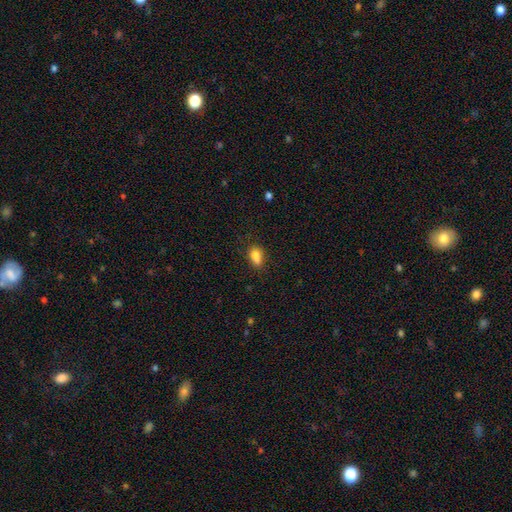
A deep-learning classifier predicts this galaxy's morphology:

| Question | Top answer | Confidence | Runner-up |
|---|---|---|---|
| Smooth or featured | smooth | 79% | star or artifact (11%) |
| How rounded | in between | 70% | round (26%) |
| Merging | none | 44% | merger (33%) |